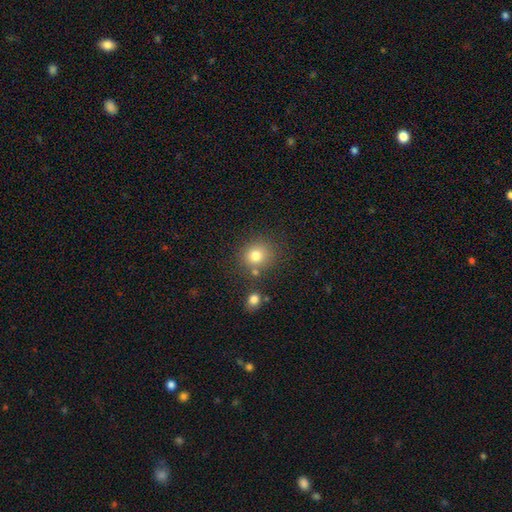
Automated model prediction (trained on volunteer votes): Overall: smooth (79%). How rounded: round (82%). Merging: none (73%).